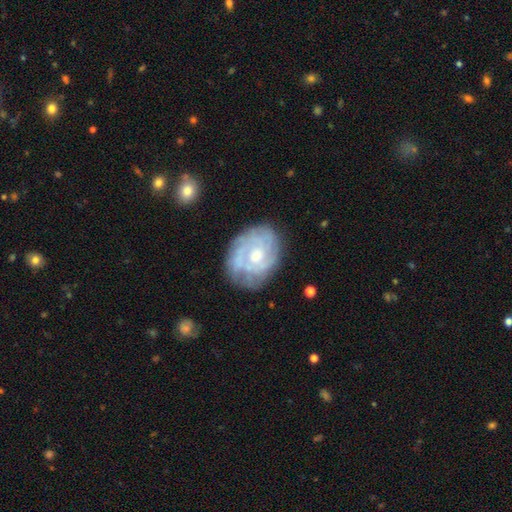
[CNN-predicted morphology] Overall: featured or disk (81%). Edge-on disk: no (97%). Bar: no (70%). Spiral arms: yes (91%). Spiral arm count: can't tell (41%; 3 19%). Spiral winding: tight (68%). Bulge size: small (49%; moderate 46%). Merging: none (72%).